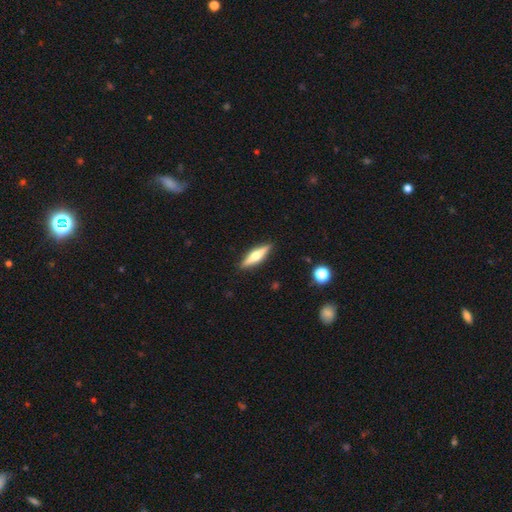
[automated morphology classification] Q: Smooth or featured?
A: featured or disk (54%); runner-up: smooth (40%)
Q: Edge-on disk?
A: yes (95%); runner-up: no (5%)
Q: Edge-on bulge?
A: rounded (92%); runner-up: boxy (5%)
Q: Merging?
A: none (90%); runner-up: minor disturbance (7%)